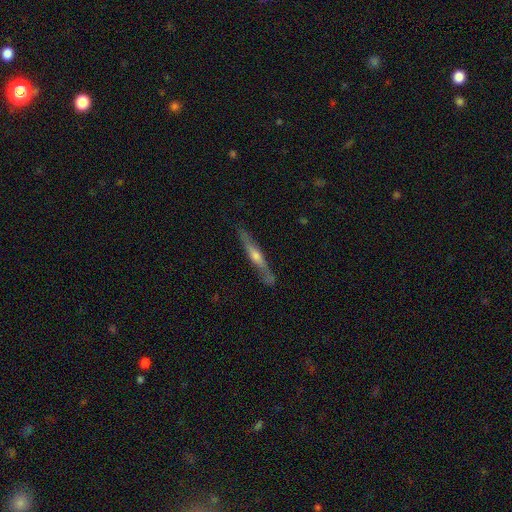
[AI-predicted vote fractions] Morphology: type=featured or disk (70%); edge-on=yes (95%); edge-on bulge=rounded (80%); merging=none (81%).